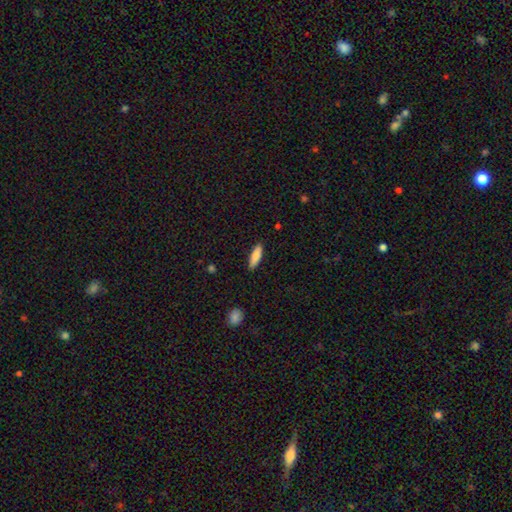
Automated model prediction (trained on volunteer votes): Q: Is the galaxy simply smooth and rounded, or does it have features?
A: smooth — 83%.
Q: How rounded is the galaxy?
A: cigar-shaped — 59%.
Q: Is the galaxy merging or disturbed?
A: none — 87%.